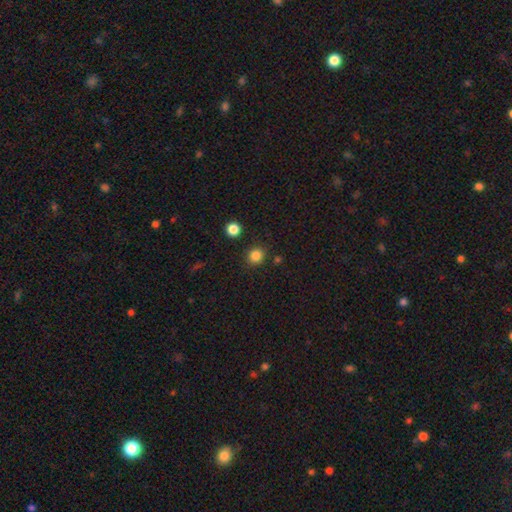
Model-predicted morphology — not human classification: Smooth or featured?
  - smooth: 84% *
  - star or artifact: 13%
  - featured or disk: 4%
How rounded?
  - round: 87% *
  - in between: 13%
  - cigar-shaped: 1%
Merging?
  - none: 87% *
  - minor disturbance: 7%
  - merger: 3%
  - major disturbance: 2%